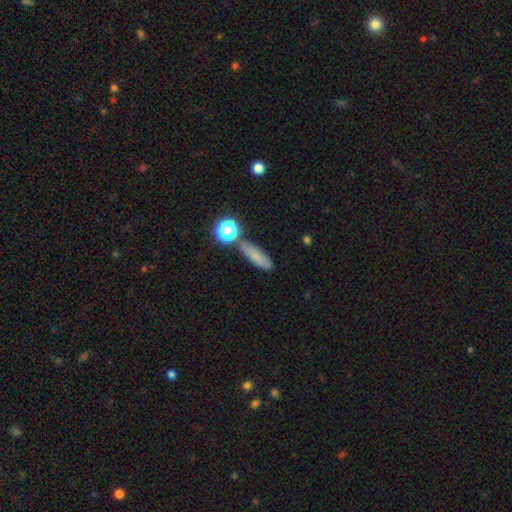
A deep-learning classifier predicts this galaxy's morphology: type=smooth (71%); roundness=cigar-shaped (46%); merging=none (70%).